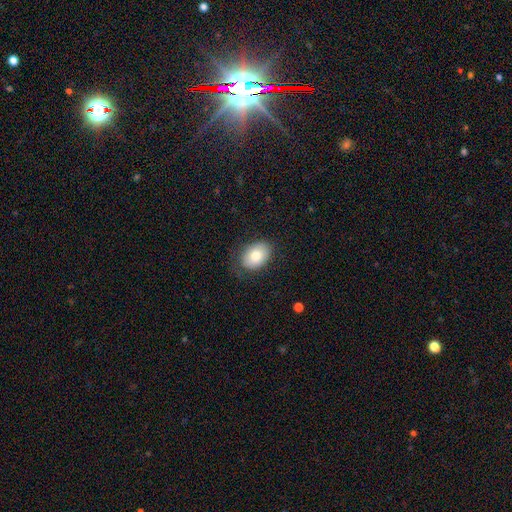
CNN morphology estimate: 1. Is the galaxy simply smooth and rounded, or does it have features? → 79% smooth, 13% featured or disk, 8% star or artifact.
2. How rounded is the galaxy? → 80% in between, 19% round, 1% cigar-shaped.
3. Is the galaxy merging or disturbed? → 76% none, 18% minor disturbance, 5% major disturbance, 1% merger.